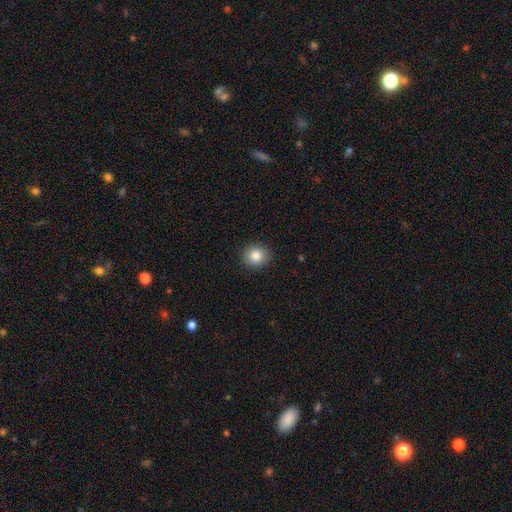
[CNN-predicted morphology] A smooth galaxy with no disk features (84%) that is round (86%).

Vote fractions:
- Smooth or featured? smooth: 84% / star or artifact: 10% / featured or disk: 6%
- How rounded? round: 86% / in between: 13% / cigar-shaped: 1%
- Merging? none: 92% / minor disturbance: 6% / major disturbance: 2% / merger: 1%